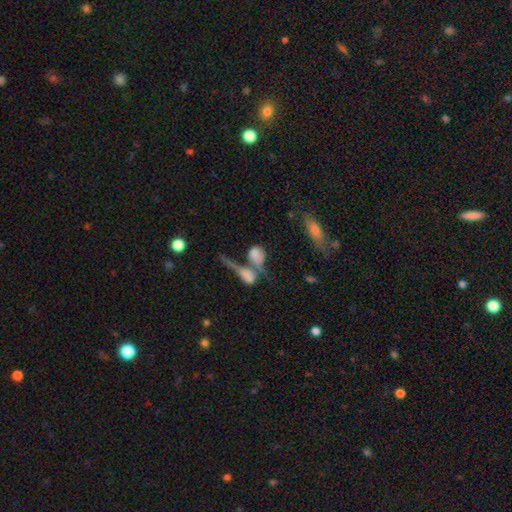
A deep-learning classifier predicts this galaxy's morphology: Smooth or featured? smooth (66%)
How rounded? in between (54%)
Merging? merger (62%)